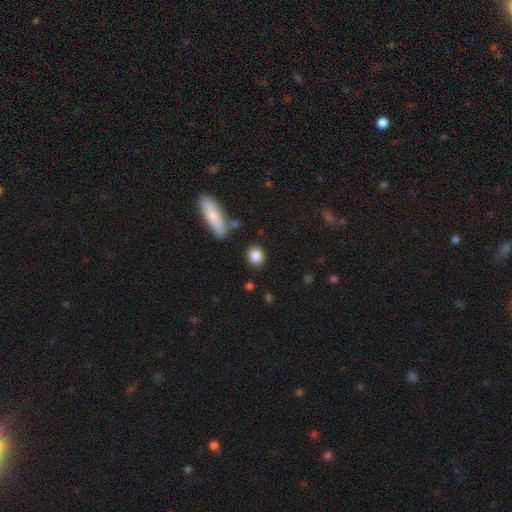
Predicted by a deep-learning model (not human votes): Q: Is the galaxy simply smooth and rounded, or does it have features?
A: smooth — 86%.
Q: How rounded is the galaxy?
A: round — 64%.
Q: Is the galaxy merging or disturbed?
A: none — 85%.